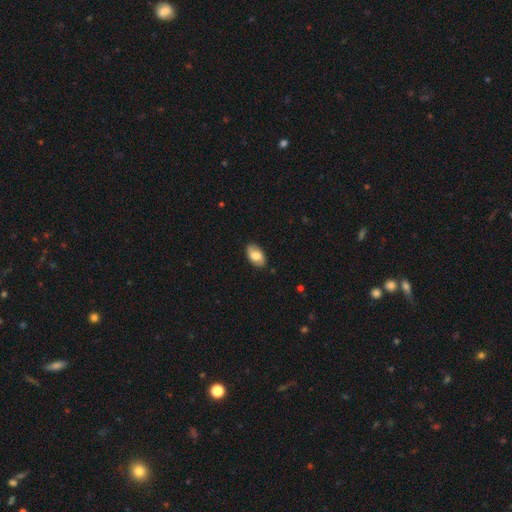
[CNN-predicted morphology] Smooth or featured? Predicted: smooth (p=0.73). How rounded? Predicted: in between (p=0.94). Merging? Predicted: none (p=0.84).